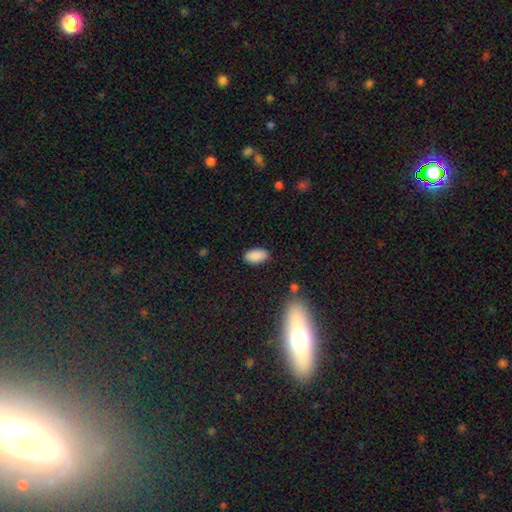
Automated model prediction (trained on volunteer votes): smooth 89%, star or artifact 7%, featured or disk 4%. Down the decision tree: how rounded — in between (94%); merging — none (86%).